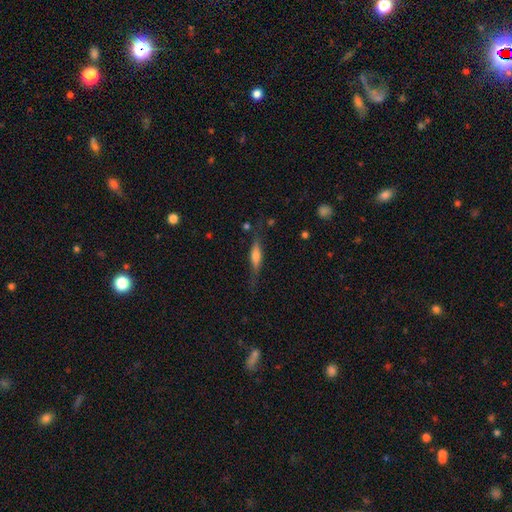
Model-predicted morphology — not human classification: featured or disk 49%, smooth 44%, star or artifact 7%. Down the decision tree: merging — none (73%).